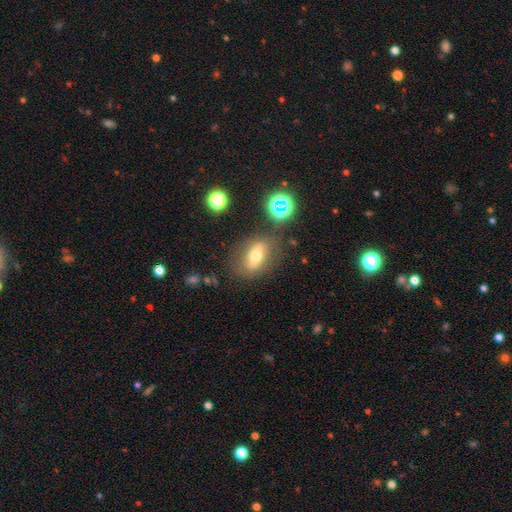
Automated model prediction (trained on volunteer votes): This is possibly a smooth galaxy (48%). Merging: likely none (73%).